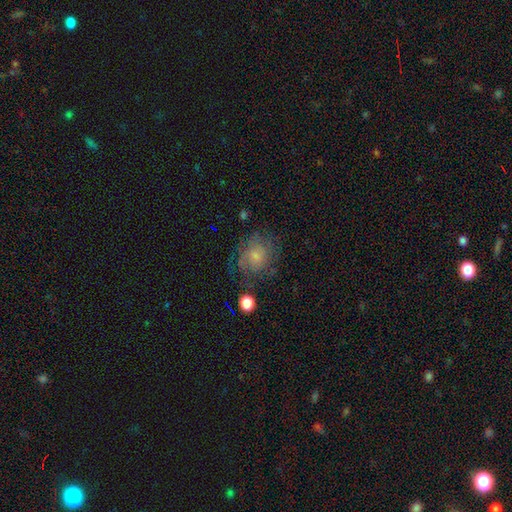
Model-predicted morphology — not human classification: smooth 46%, featured or disk 42%, star or artifact 12%. Down the decision tree: merging — none (61%).